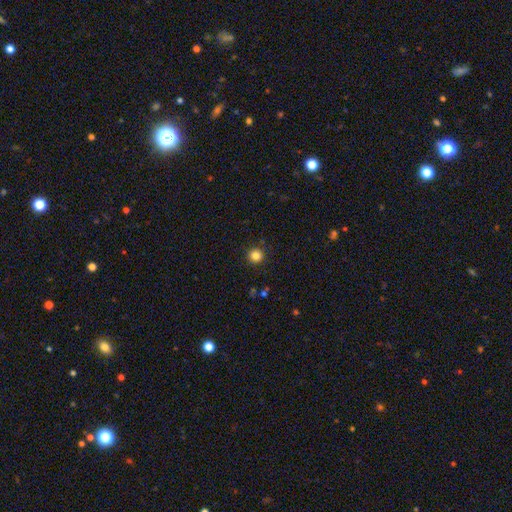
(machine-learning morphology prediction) Smooth or featured? smooth (83%)
How rounded? round (95%)
Merging? none (91%)